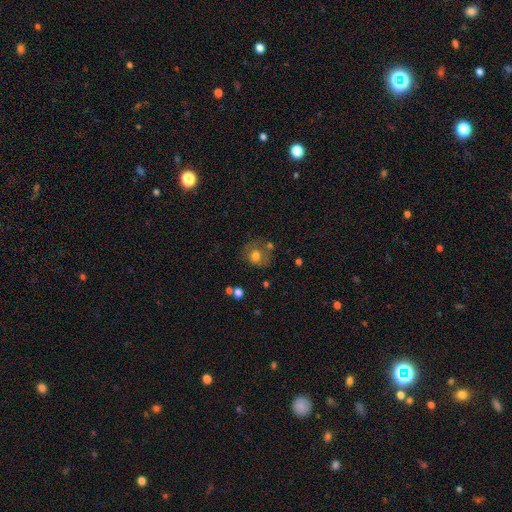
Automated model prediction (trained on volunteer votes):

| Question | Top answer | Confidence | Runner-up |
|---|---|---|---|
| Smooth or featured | smooth | 67% | featured or disk (22%) |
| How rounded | round | 77% | in between (22%) |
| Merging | none | 58% | minor disturbance (21%) |